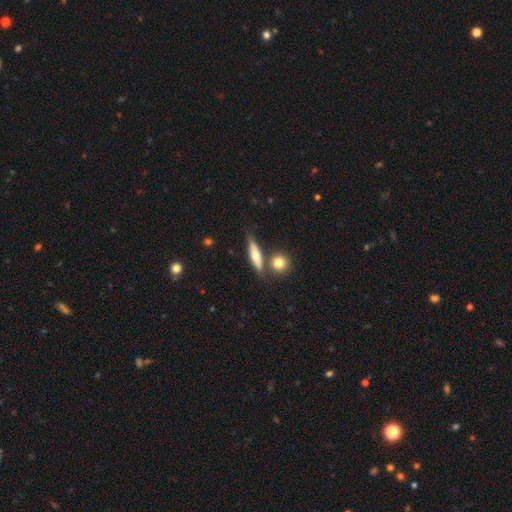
This is possibly a smooth galaxy (58%). How rounded: possibly cigar-shaped (55%). Merging: likely none (68%).